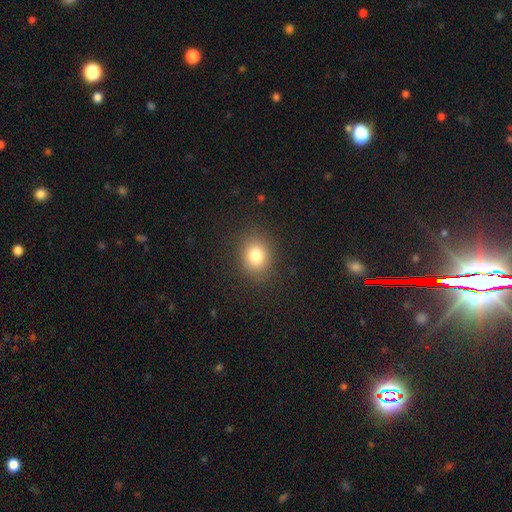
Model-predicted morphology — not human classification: smooth 80%, star or artifact 13%, featured or disk 8%. Down the decision tree: how rounded — round (70%); merging — none (88%).